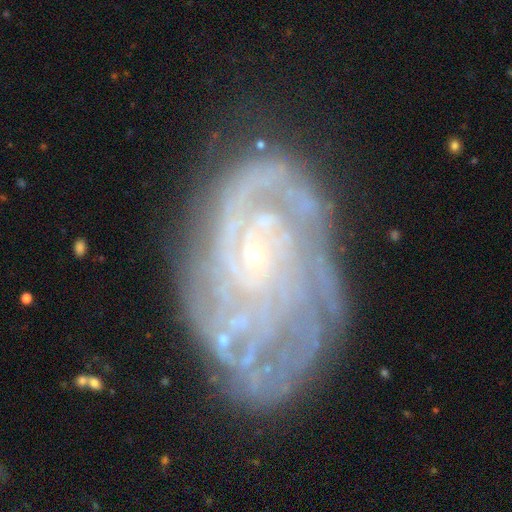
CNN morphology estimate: smooth-or-featured: featured or disk: 87% | star or artifact: 6% | smooth: 6%
  disk-edge-on: no: 97% | yes: 3%
    bar: no: 74% | weak: 20% | strong: 6%
    has-spiral-arms: yes: 96% | no: 4%
      spiral-winding: tight: 73% | medium: 22% | loose: 5%
      spiral-arm-count: can't tell: 29% | 2: 18% | 3: 18% | 4: 16% | more than 4: 10% | 1: 7%
    bulge-size: small: 84% | moderate: 10% | none: 4% | large: 1% | dominant: 1%
  merging: none: 67% | minor disturbance: 20% | major disturbance: 10% | merger: 3%